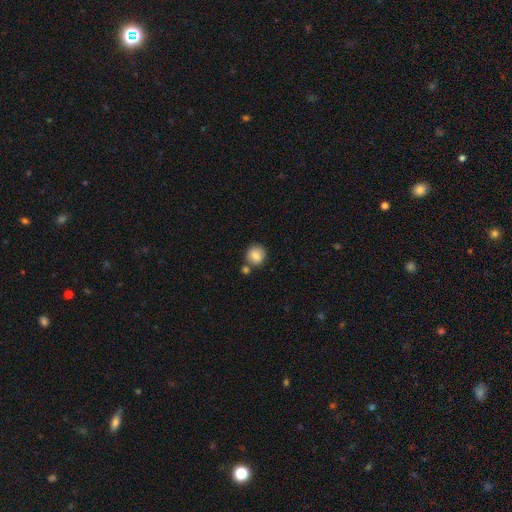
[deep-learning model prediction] Overall: smooth (85%). How rounded: round (89%). Merging: none (71%).